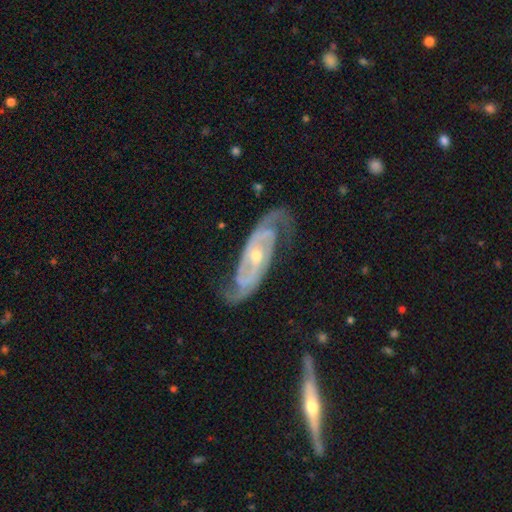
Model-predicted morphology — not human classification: The model was most divided on "spiral winding": medium: 44%, tight: 43%, loose: 13%. Remaining: spiral arms — yes (98%); edge-on disk — no (93%); smooth or featured — featured or disk (91%); spiral arm count — 2 (85%); merging — none (73%); bulge size — small (51%); bar — no (46%).